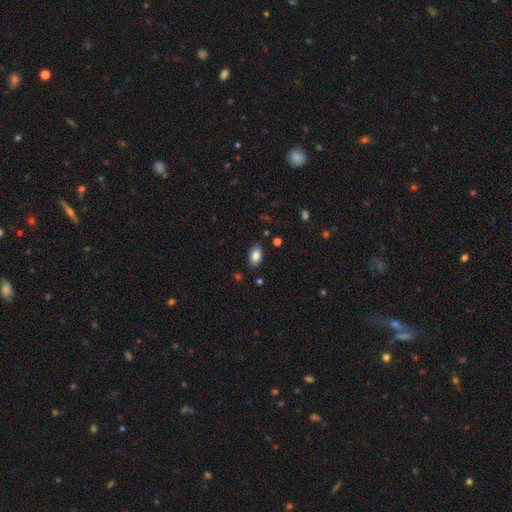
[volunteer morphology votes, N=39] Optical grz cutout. It shows a smooth galaxy with no disk features (82%) that is in between round and cigar-shaped (91%). Merging: none (69%).